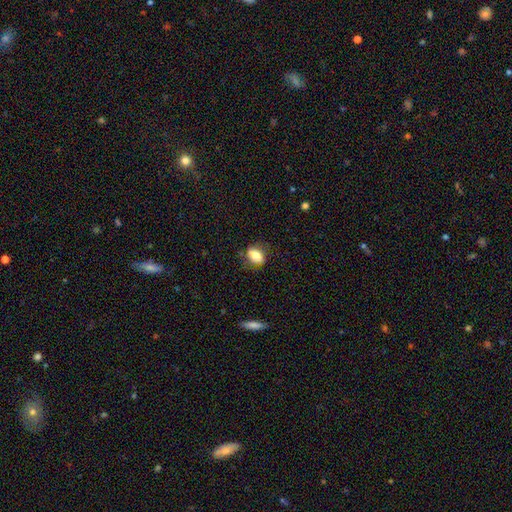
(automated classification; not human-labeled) smooth-or-featured: smooth: 77% | featured or disk: 15% | star or artifact: 8%
  how-rounded: in between: 78% | round: 19% | cigar-shaped: 3%
  merging: none: 72% | minor disturbance: 20% | major disturbance: 6% | merger: 3%